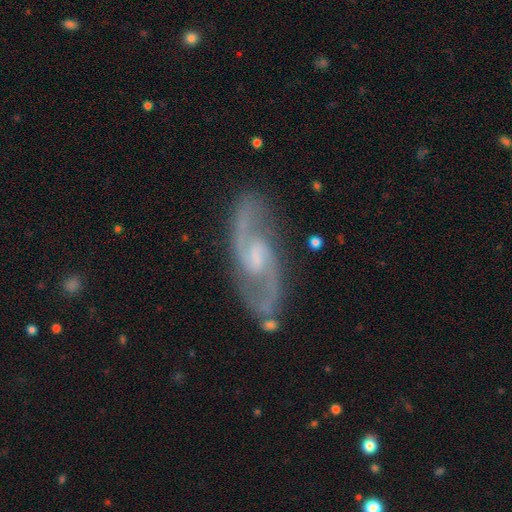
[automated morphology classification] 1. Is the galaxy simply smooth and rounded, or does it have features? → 90% featured or disk, 5% smooth, 5% star or artifact.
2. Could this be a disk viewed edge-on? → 95% no, 5% yes.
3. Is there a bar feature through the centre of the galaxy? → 54% weak, 33% no, 12% strong.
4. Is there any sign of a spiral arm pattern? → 97% yes, 3% no.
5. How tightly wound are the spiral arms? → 60% medium, 23% loose, 17% tight.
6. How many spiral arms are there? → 92% 2, 3% can't tell, 1% 3, 1% 1, 1% 4, 1% more than 4.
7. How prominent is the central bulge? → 44% small, 36% moderate, 14% none, 5% large, 1% dominant.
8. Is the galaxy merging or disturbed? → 83% none, 12% minor disturbance, 3% major disturbance, 2% merger.